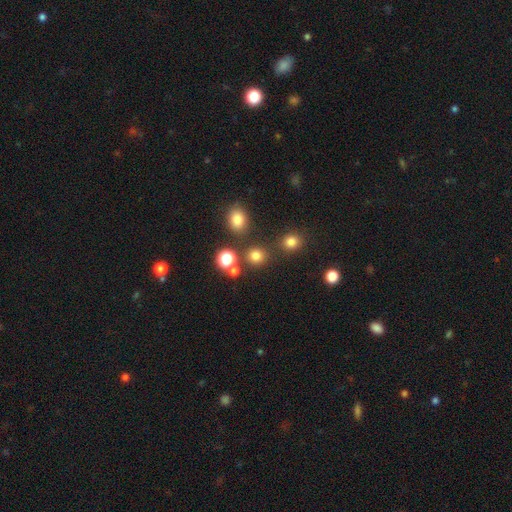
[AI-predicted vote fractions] This appears to be a smooth galaxy with no disk features (76%) that is round (88%). Merging: none (79%).